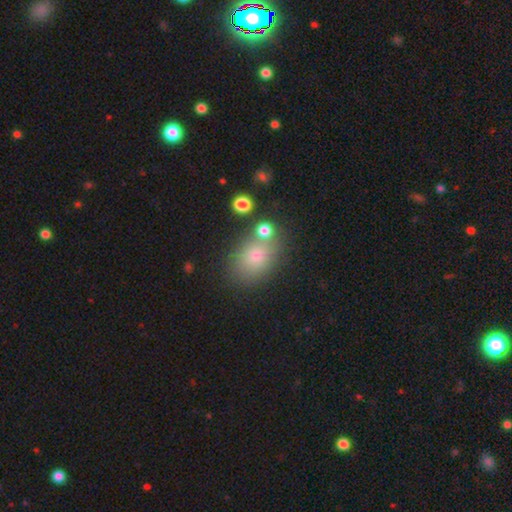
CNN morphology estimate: A smooth galaxy with no disk features (78%) that is in between round and cigar-shaped (72%).

Vote fractions:
- Smooth or featured? smooth: 78% / star or artifact: 12% / featured or disk: 10%
- How rounded? in between: 72% / round: 27% / cigar-shaped: 1%
- Merging? none: 66% / minor disturbance: 15% / merger: 14% / major disturbance: 6%